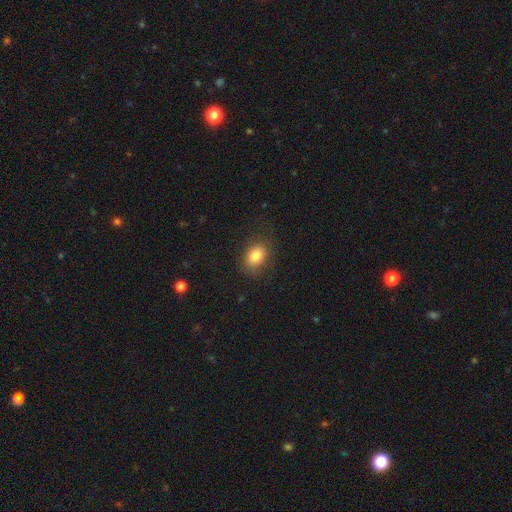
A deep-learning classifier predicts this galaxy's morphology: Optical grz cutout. It shows a smooth galaxy with no disk features (83%) that is in between round and cigar-shaped (74%). Merging: none (81%).